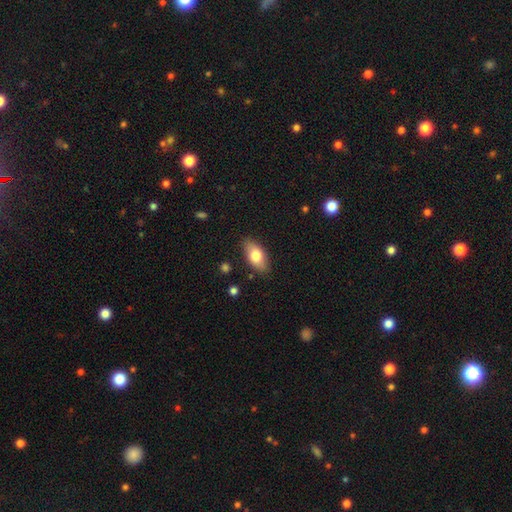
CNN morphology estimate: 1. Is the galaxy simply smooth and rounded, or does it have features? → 76% smooth, 18% featured or disk, 7% star or artifact.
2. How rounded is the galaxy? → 89% in between, 7% cigar-shaped, 4% round.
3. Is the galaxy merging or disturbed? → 85% none, 11% minor disturbance, 2% major disturbance, 1% merger.